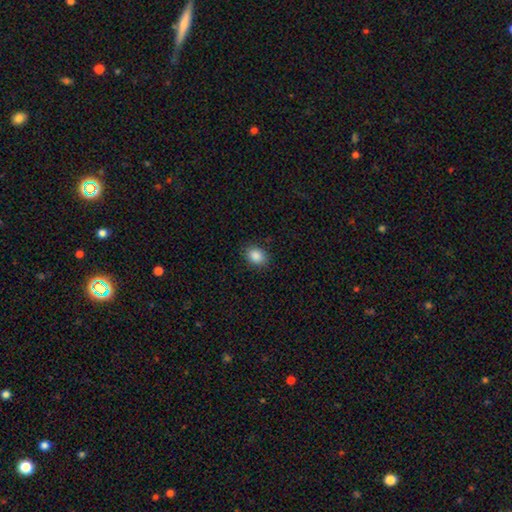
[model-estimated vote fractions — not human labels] Q: Smooth or featured?
A: smooth (88%); runner-up: star or artifact (9%)
Q: How rounded?
A: in between (66%); runner-up: round (33%)
Q: Merging?
A: none (88%); runner-up: minor disturbance (9%)